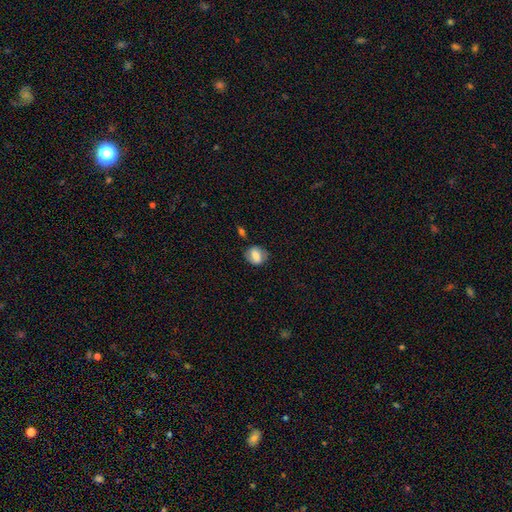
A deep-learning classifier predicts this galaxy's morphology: A smooth galaxy with no disk features (69%) that is in between round and cigar-shaped (50%). Merging: none (72%).